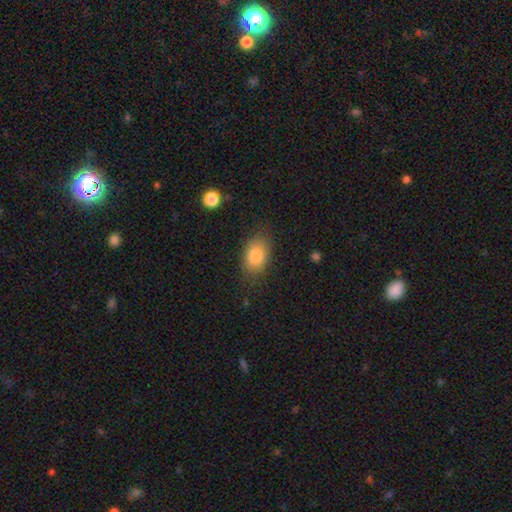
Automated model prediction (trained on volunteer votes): Smooth or featured? Predicted: smooth (p=0.84). How rounded? Predicted: in between (p=0.84). Merging? Predicted: none (p=0.77).